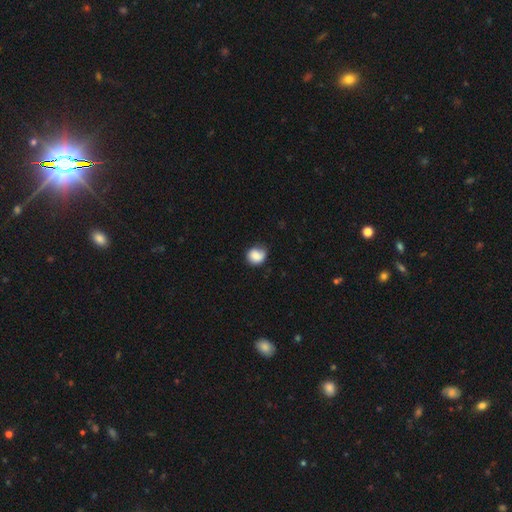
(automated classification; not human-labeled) A smooth galaxy with no disk features (77%) that is round (74%). Merging: none (55%).